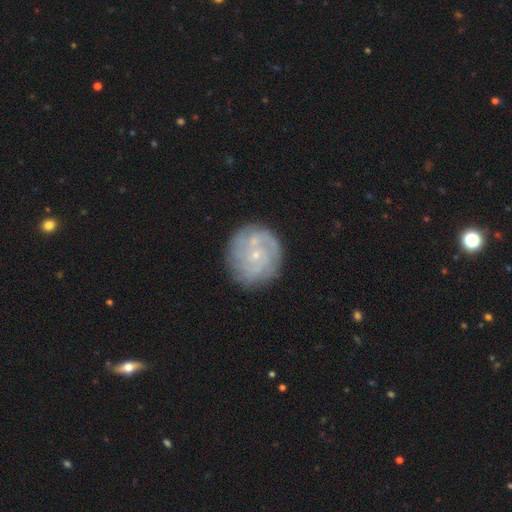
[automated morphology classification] type=featured or disk (74%); edge-on=no (98%); bar=no (75%); spiral arms=yes (88%); winding=tight (62%); arm count=can't tell (35%); bulge=small (82%); merging=none (75%).